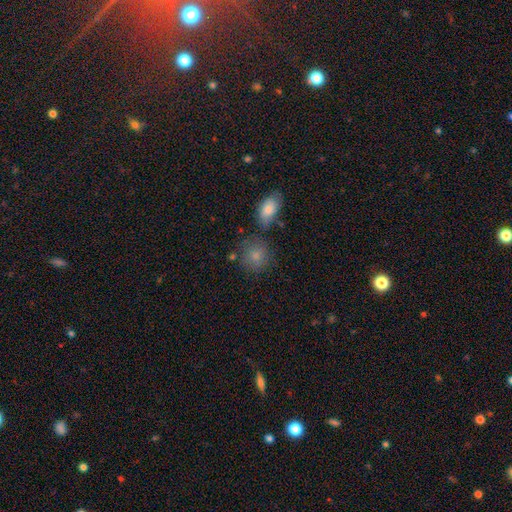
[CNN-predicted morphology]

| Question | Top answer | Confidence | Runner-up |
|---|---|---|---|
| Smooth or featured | smooth | 82% | star or artifact (10%) |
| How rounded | round | 77% | in between (22%) |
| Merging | none | 67% | minor disturbance (15%) |